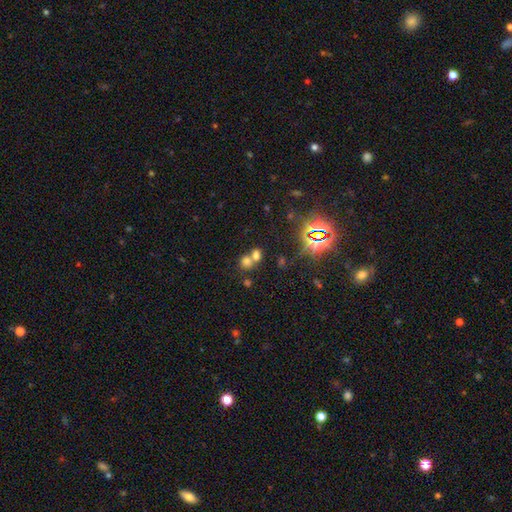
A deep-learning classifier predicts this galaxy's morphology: Smooth or featured: smooth — 58% (star or artifact — 29%)
How rounded: round — 64% (in between — 35%)
Merging: merger — 58% (none — 33%)